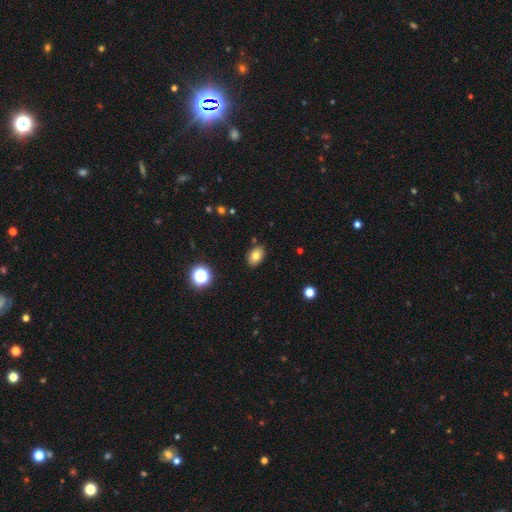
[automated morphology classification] Smooth or featured: smooth — 79% (star or artifact — 11%)
How rounded: in between — 81% (round — 18%)
Merging: none — 87% (minor disturbance — 9%)